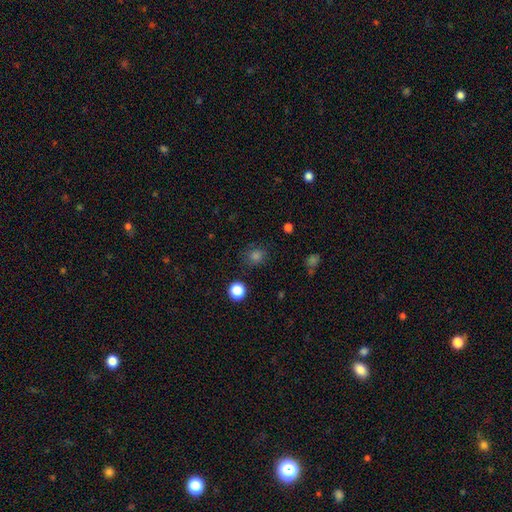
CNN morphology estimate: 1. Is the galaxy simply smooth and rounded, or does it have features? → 74% smooth, 21% star or artifact, 5% featured or disk.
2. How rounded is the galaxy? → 82% round, 17% in between, 1% cigar-shaped.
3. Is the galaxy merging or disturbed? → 84% none, 10% minor disturbance, 4% major disturbance, 2% merger.